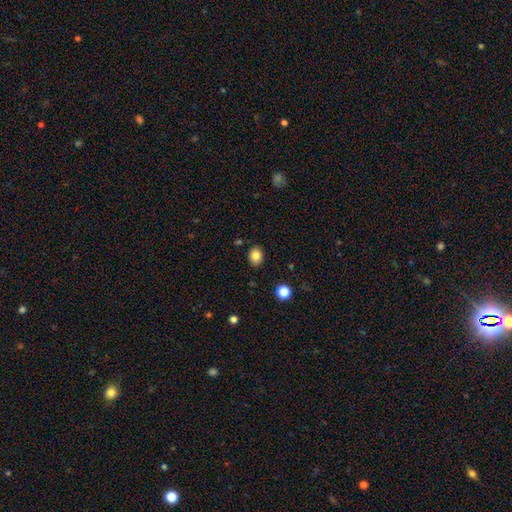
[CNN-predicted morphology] smooth-or-featured: smooth: 85% | star or artifact: 10% | featured or disk: 6%
  how-rounded: in between: 53% | round: 46% | cigar-shaped: 1%
  merging: none: 87% | minor disturbance: 9% | major disturbance: 2% | merger: 2%